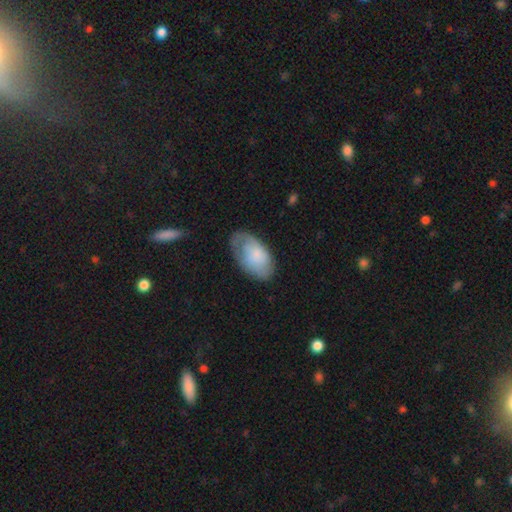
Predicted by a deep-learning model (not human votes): This is likely a smooth galaxy (65%). How rounded: clearly in between (94%). Merging: likely none (60%).